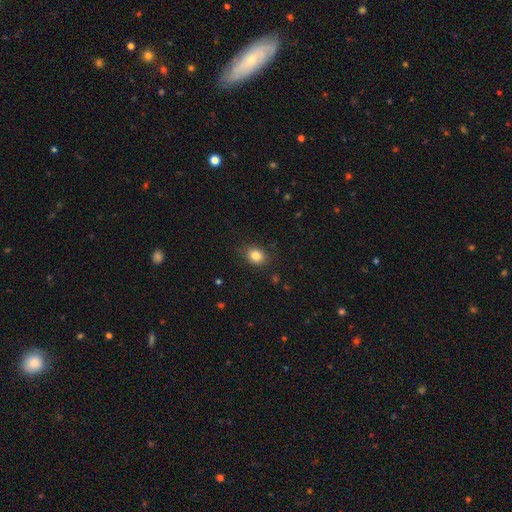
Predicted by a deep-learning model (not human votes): smooth_or_featured: smooth (p=0.83) [alt: star or artifact p=0.10]
how_rounded: round (p=0.52) [alt: in between p=0.47]
merging: none (p=0.83) [alt: minor disturbance p=0.12]